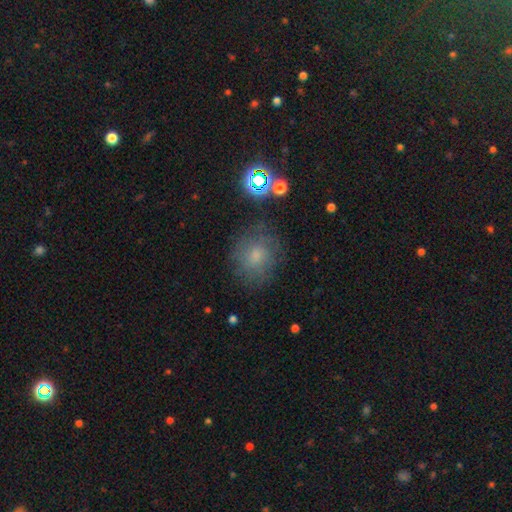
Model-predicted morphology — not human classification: The model was most divided on "smooth or featured": smooth: 66%, star or artifact: 18%, featured or disk: 16%. More confident: how rounded — round (81%); merging — none (76%).